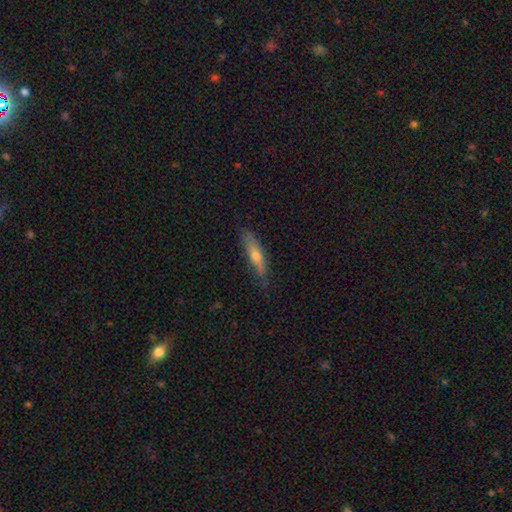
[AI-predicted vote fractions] This appears to be a smooth galaxy with no disk features (56%) that is cigar-shaped (77%). Merging: none (75%).